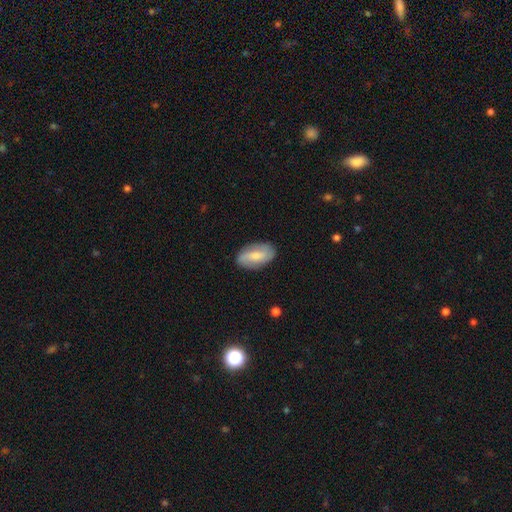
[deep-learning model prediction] The model was most divided on "smooth or featured": smooth: 54%, featured or disk: 39%, star or artifact: 7%. More confident: how rounded — in between (92%); merging — none (85%).